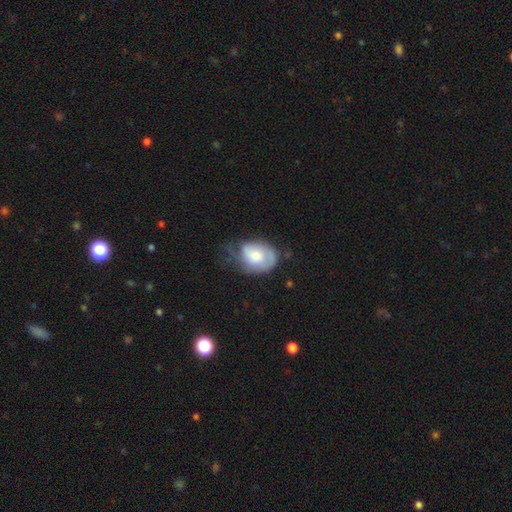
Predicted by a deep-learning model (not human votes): This appears to be a smooth galaxy with no disk features (53%) that is in between round and cigar-shaped (67%). Merging: none (36%, tied with minor disturbance).